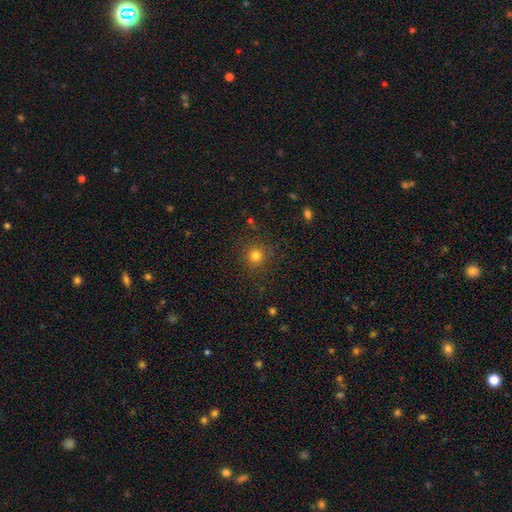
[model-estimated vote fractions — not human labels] Morphology: type=smooth (79%); roundness=round (93%); merging=none (87%).